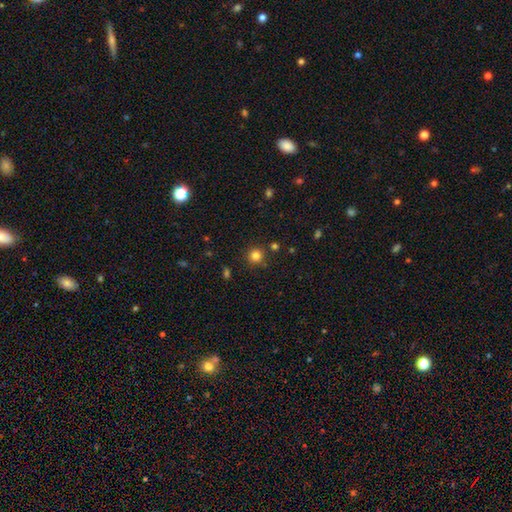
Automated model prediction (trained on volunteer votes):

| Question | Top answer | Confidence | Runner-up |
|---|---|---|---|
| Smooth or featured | smooth | 82% | star or artifact (14%) |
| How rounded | round | 94% | in between (5%) |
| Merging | none | 86% | minor disturbance (7%) |